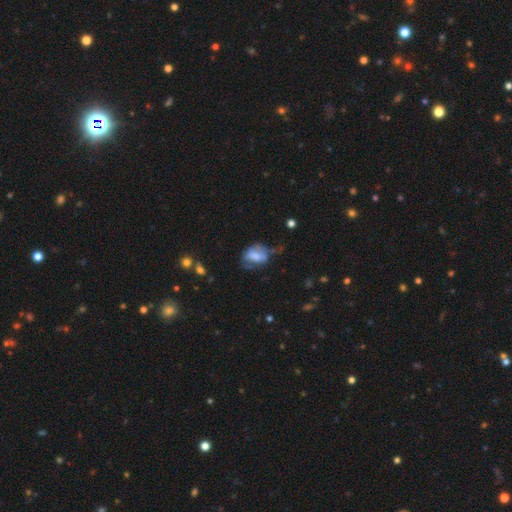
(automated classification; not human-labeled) smooth-or-featured: smooth: 57% | featured or disk: 34% | star or artifact: 9%
  how-rounded: in between: 75% | round: 23% | cigar-shaped: 2%
  merging: none: 36% | minor disturbance: 33% | major disturbance: 26% | merger: 6%